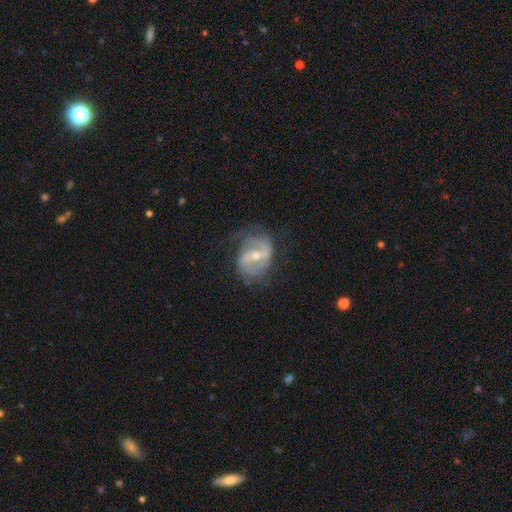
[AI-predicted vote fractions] smooth_or_featured: featured or disk (p=0.82) [alt: smooth p=0.11]
disk_edge_on: no (p=0.96) [alt: yes p=0.04]
bar: weak (p=0.45) [alt: strong p=0.37]
has_spiral_arms: yes (p=0.86) [alt: no p=0.14]
spiral_winding: medium (p=0.41) [alt: loose p=0.37]
spiral_arm_count: 2 (p=0.72) [alt: can't tell p=0.15]
bulge_size: moderate (p=0.54) [alt: small p=0.43]
merging: none (p=0.59) [alt: minor disturbance p=0.24]